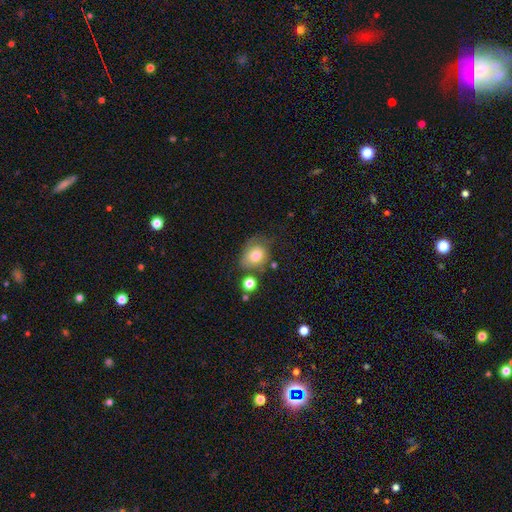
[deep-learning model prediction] Smooth or featured?
  - smooth: 76% *
  - featured or disk: 15%
  - star or artifact: 9%
How rounded?
  - in between: 52% *
  - round: 47%
  - cigar-shaped: 1%
Merging?
  - none: 50% *
  - minor disturbance: 27%
  - major disturbance: 13%
  - merger: 10%